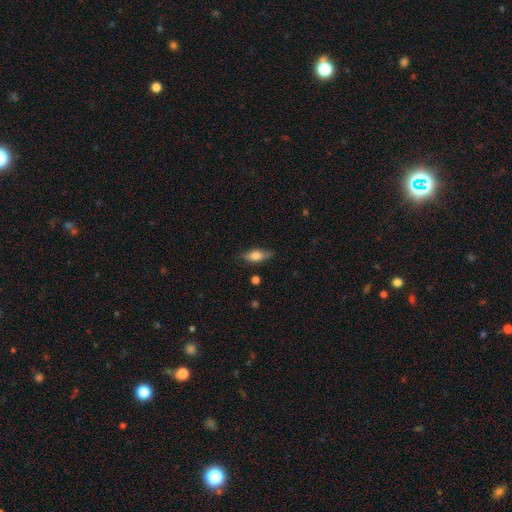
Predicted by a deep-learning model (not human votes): This is likely a smooth galaxy (68%). How rounded: likely in between (72%). Merging: likely none (77%).